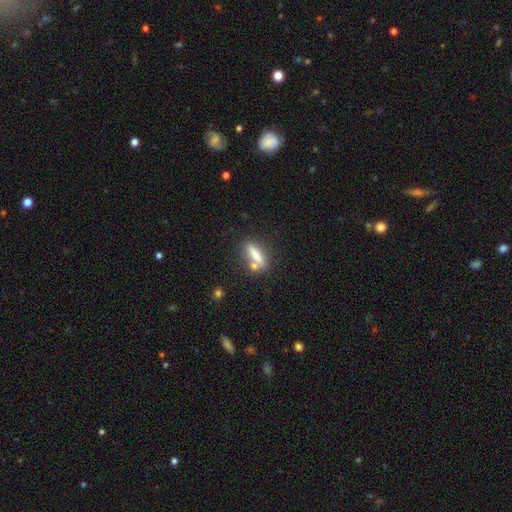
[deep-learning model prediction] The model was most divided on "how rounded": cigar-shaped: 70%, in between: 27%, round: 3%. More confident: smooth or featured — smooth (72%); merging — none (66%).